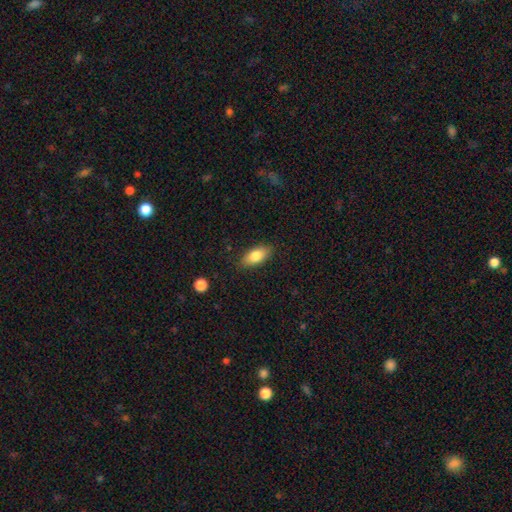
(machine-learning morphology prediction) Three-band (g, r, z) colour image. It shows a smooth galaxy with no disk features (81%) that is in between round and cigar-shaped (86%). Merging: none (85%).